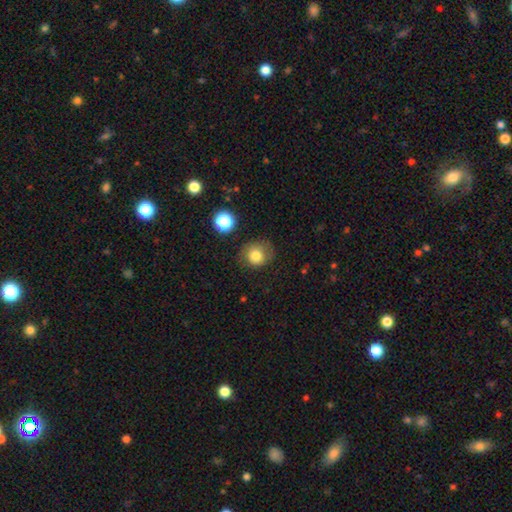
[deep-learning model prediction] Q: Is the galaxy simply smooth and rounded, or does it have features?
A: smooth — 79%.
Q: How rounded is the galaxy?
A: round — 81%.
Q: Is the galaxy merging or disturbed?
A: none — 70%.